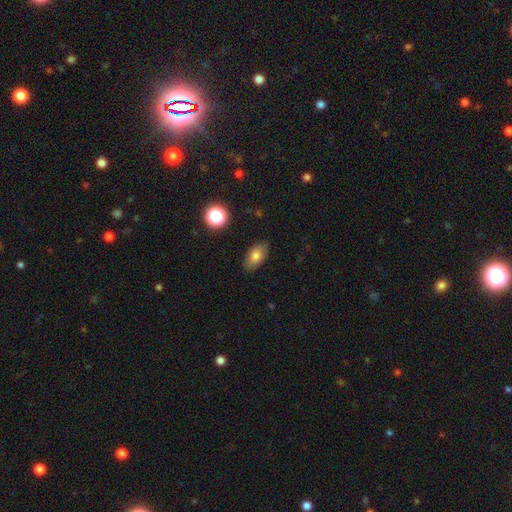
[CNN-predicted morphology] A smooth galaxy with no disk features (77%) that is in between round and cigar-shaped (90%).

Vote fractions:
- Smooth or featured? smooth: 77% / featured or disk: 13% / star or artifact: 9%
- How rounded? in between: 90% / round: 7% / cigar-shaped: 3%
- Merging? none: 85% / minor disturbance: 11% / major disturbance: 2% / merger: 1%